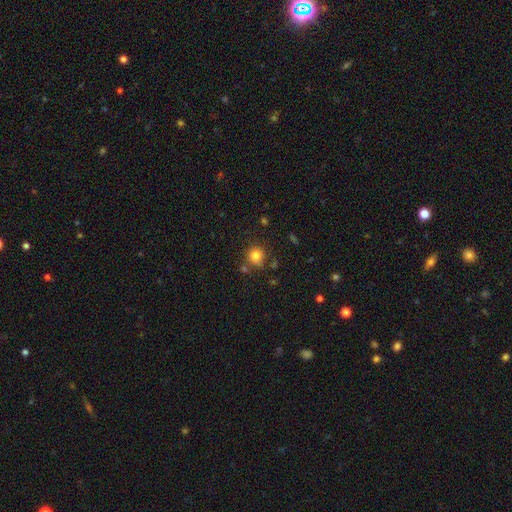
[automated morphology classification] Smooth or featured: smooth — 81% (star or artifact — 12%)
How rounded: round — 88% (in between — 11%)
Merging: none — 74% (minor disturbance — 13%)